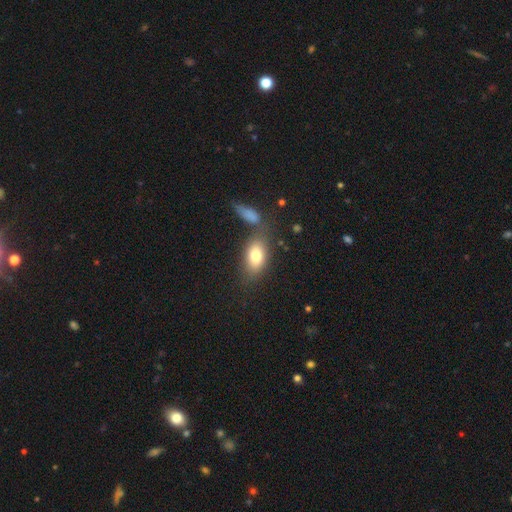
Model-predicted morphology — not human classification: A smooth galaxy with no disk features (78%) that is in between round and cigar-shaped (86%). Merging: none (60%).